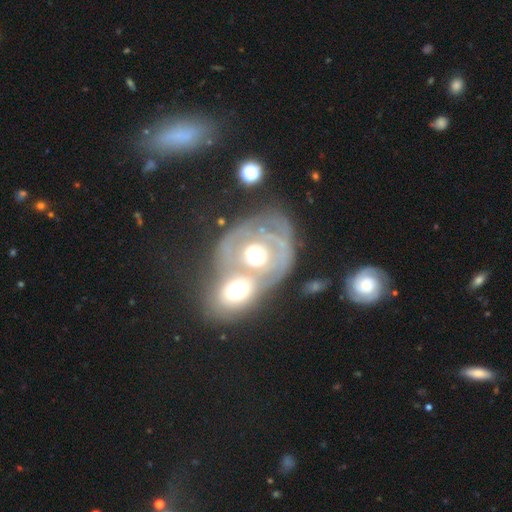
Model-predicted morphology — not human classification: Smooth or featured? Predicted: featured or disk (p=0.66). Edge-on disk? Predicted: no (p=0.95). Bar? Predicted: no (p=0.83). Spiral arms? Predicted: no (p=0.52). Bulge size? Predicted: moderate (p=0.66). Merging? Predicted: merger (p=0.66).